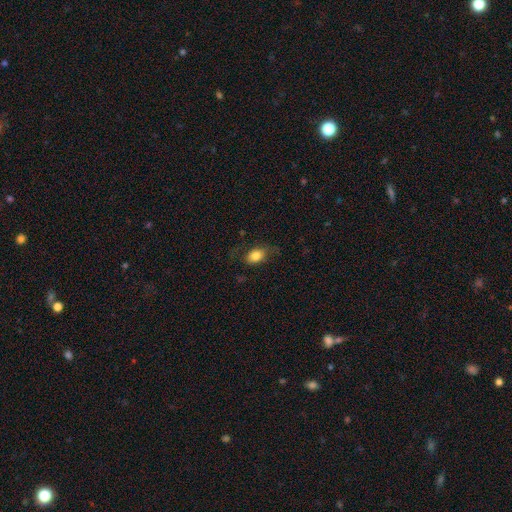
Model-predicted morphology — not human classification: smooth_or_featured: smooth (p=0.79) [alt: featured or disk p=0.13]
how_rounded: in between (p=0.81) [alt: round p=0.16]
merging: none (p=0.69) [alt: minor disturbance p=0.20]